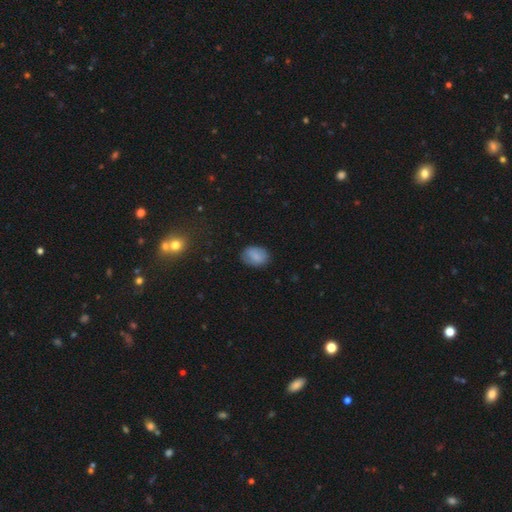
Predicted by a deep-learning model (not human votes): Morphology: type=smooth (82%); roundness=in between (74%); merging=none (79%).